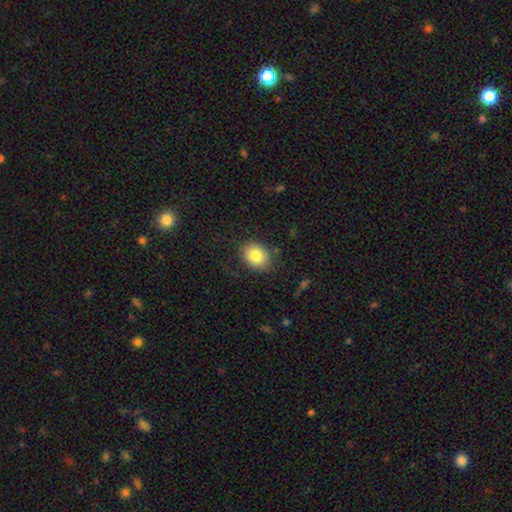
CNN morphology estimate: smooth-or-featured: smooth: 83% | featured or disk: 9% | star or artifact: 8%
  how-rounded: in between: 58% | round: 41% | cigar-shaped: 1%
  merging: none: 80% | minor disturbance: 13% | major disturbance: 5% | merger: 2%